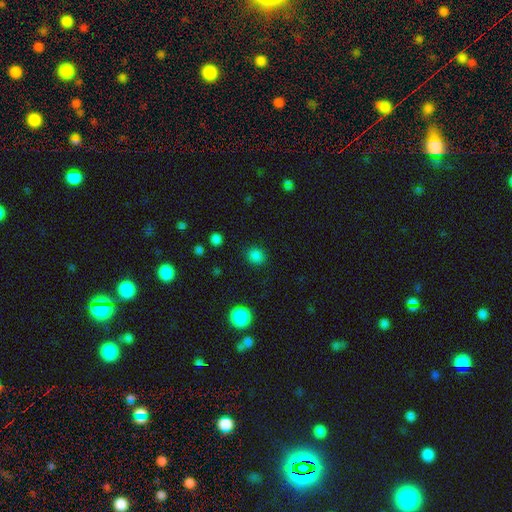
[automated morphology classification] Q: Smooth or featured?
A: smooth (84%); runner-up: star or artifact (13%)
Q: How rounded?
A: round (85%); runner-up: in between (14%)
Q: Merging?
A: none (89%); runner-up: minor disturbance (7%)